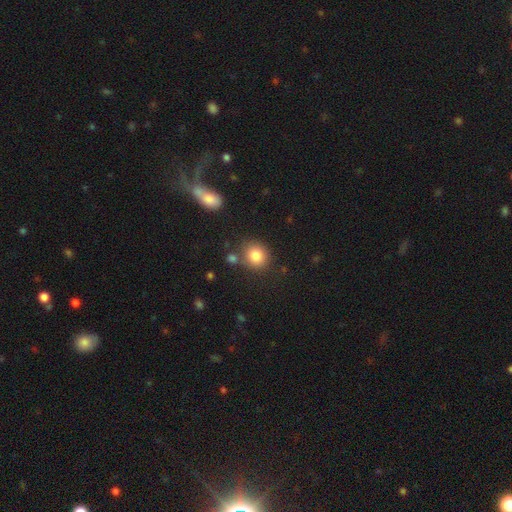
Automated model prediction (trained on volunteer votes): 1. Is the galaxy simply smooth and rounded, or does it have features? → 84% smooth, 10% star or artifact, 6% featured or disk.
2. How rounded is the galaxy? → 78% round, 21% in between, 1% cigar-shaped.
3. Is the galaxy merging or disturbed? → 76% none, 11% minor disturbance, 9% merger, 4% major disturbance.